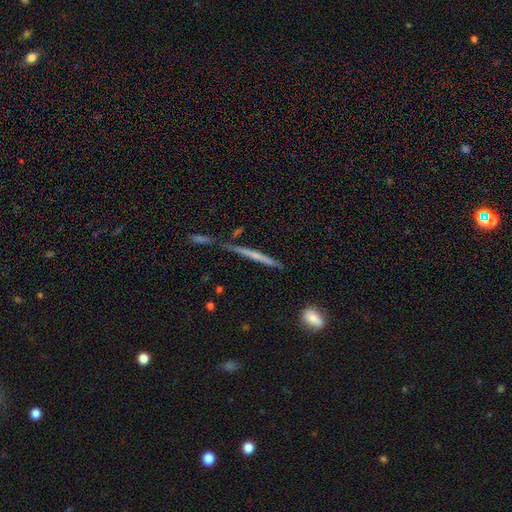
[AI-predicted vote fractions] Smooth or featured? featured or disk (55%)
Edge-on disk? yes (94%)
Edge-on bulge? none (60%)
Merging? none (66%)